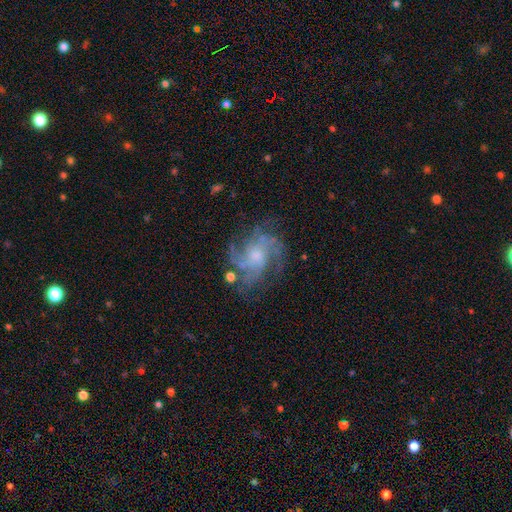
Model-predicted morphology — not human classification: Overall: featured or disk (83%). Edge-on disk: no (98%). Bar: no (67%; weak 29%). Spiral arms: yes (95%). Spiral arm count: 4 (33%; 3 23%). Spiral winding: medium (48%; tight 34%). Bulge size: moderate (43%; small 42%). Merging: none (71%).